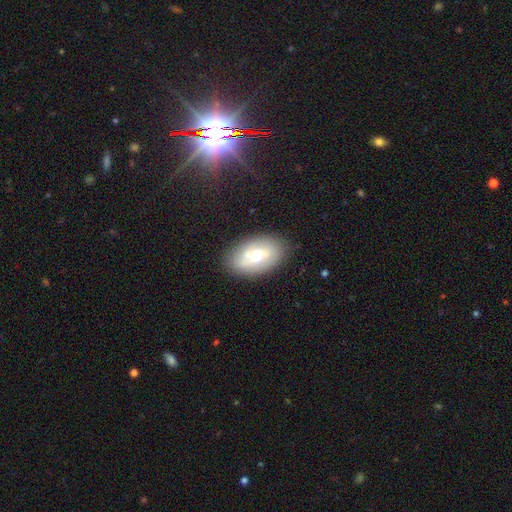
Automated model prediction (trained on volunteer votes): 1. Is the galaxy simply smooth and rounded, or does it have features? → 47% smooth, 45% featured or disk, 8% star or artifact.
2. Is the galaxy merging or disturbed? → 76% none, 16% minor disturbance, 5% major disturbance, 3% merger.